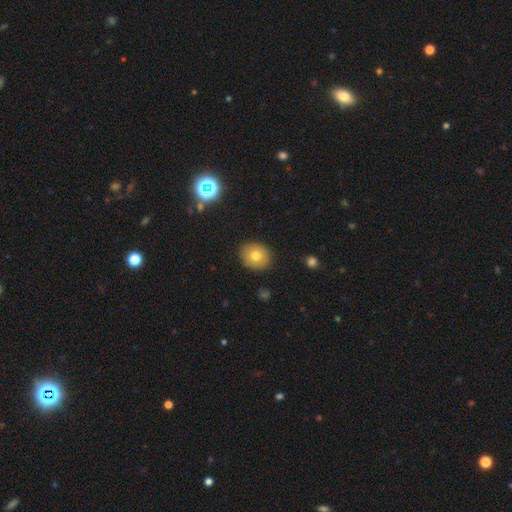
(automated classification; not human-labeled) smooth 76%, featured or disk 13%, star or artifact 11%. Down the decision tree: how rounded — round (63%); merging — none (87%).